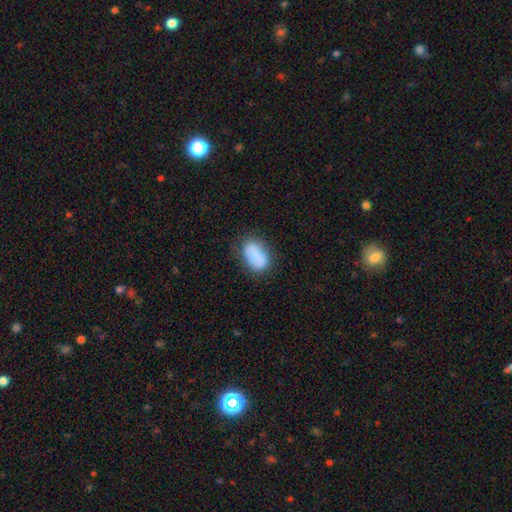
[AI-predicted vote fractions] Q: Smooth or featured?
A: smooth (78%); runner-up: featured or disk (14%)
Q: How rounded?
A: in between (87%); runner-up: round (11%)
Q: Merging?
A: none (66%); runner-up: minor disturbance (22%)